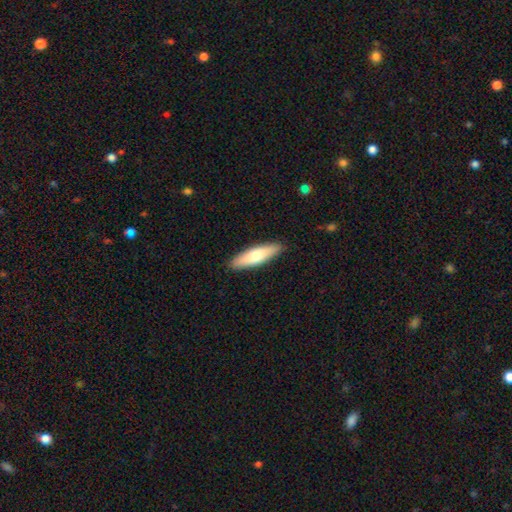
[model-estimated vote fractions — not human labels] Smooth or featured? Predicted: smooth (p=0.71). How rounded? Predicted: cigar-shaped (p=0.67). Merging? Predicted: none (p=0.90).